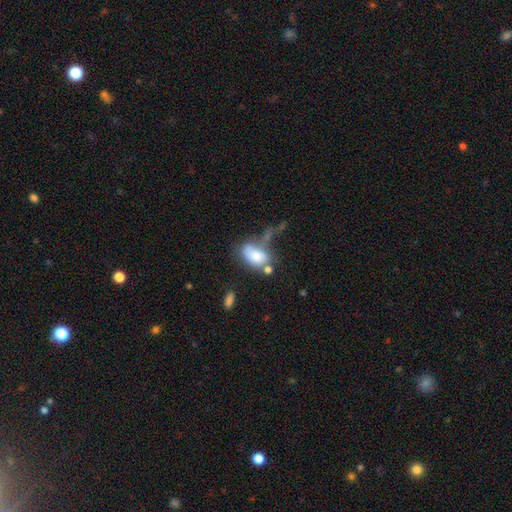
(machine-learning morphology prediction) Smooth or featured?
  - smooth: 74% *
  - featured or disk: 17%
  - star or artifact: 8%
How rounded?
  - in between: 89% *
  - round: 8%
  - cigar-shaped: 3%
Merging?
  - none: 31% *
  - merger: 25%
  - minor disturbance: 22%
  - major disturbance: 21%